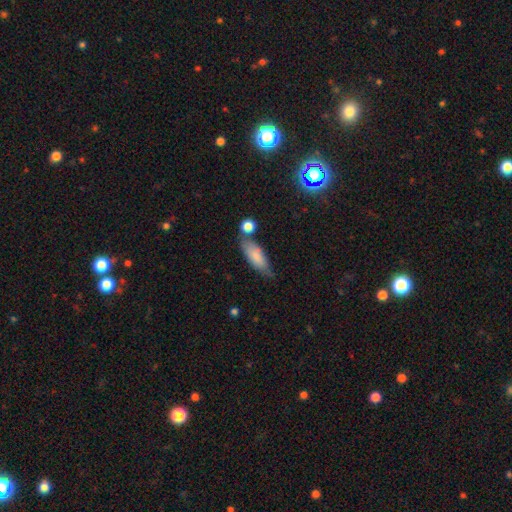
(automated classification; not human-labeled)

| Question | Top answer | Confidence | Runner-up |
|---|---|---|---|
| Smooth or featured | smooth | 79% | featured or disk (15%) |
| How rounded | in between | 66% | cigar-shaped (32%) |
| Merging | none | 57% | minor disturbance (23%) |